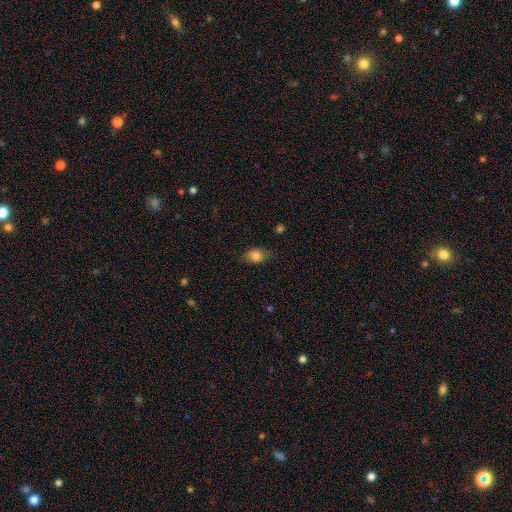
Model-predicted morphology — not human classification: smooth-or-featured: smooth: 80% | featured or disk: 12% | star or artifact: 9%
  how-rounded: in between: 77% | round: 20% | cigar-shaped: 3%
  merging: none: 74% | minor disturbance: 20% | major disturbance: 4% | merger: 1%